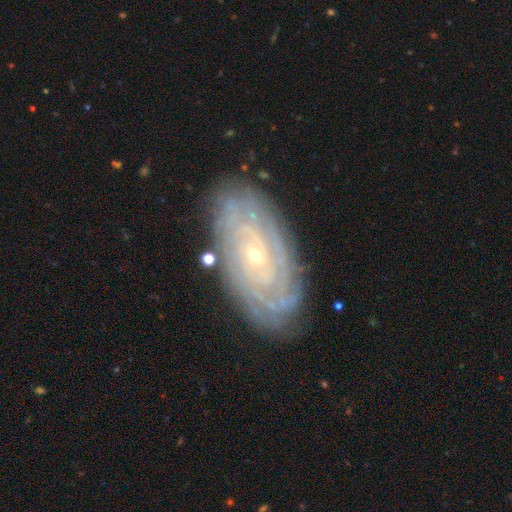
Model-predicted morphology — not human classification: Smooth or featured? featured or disk (85%)
Edge-on disk? no (94%)
Bar? no (70%)
Spiral arms? yes (94%)
Spiral winding? tight (82%)
Spiral arm count? can't tell (38%)
Bulge size? small (78%)
Merging? none (81%)